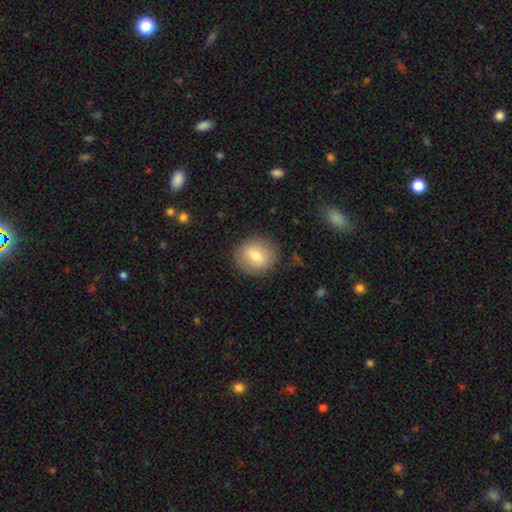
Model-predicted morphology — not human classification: smooth_or_featured: smooth (p=0.74) [alt: featured or disk p=0.18]
how_rounded: round (p=0.76) [alt: in between p=0.23]
merging: none (p=0.85) [alt: minor disturbance p=0.10]